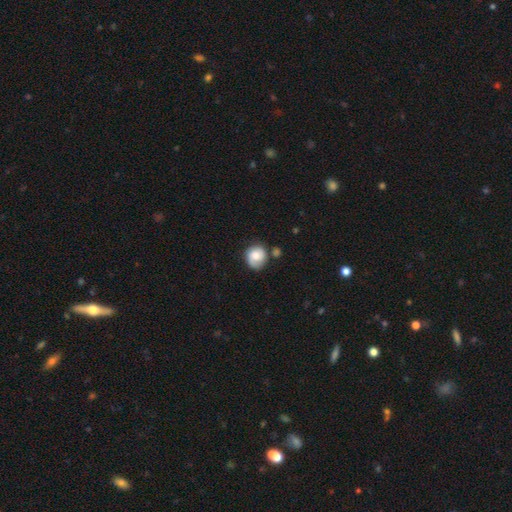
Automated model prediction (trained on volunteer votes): Morphology: type=smooth (63%); roundness=round (81%); merging=none (62%).